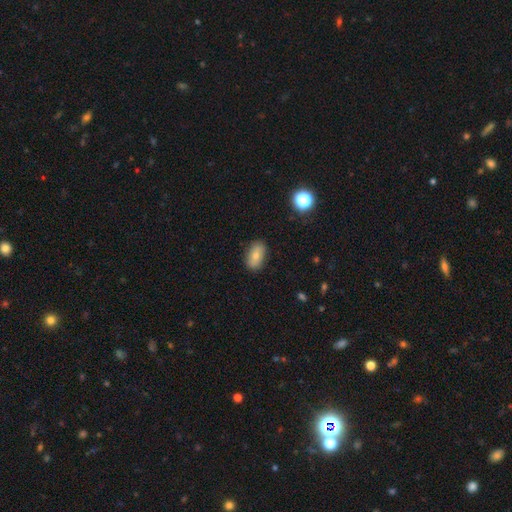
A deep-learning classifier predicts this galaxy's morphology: A smooth galaxy with no disk features (76%) that is in between round and cigar-shaped (90%). Merging: none (85%).